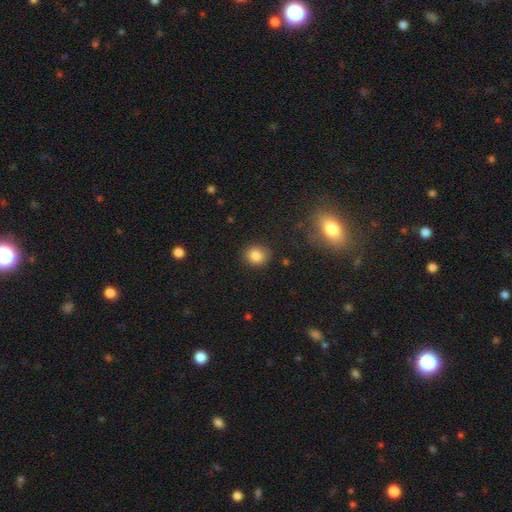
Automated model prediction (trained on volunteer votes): smooth-or-featured: smooth: 84% | star or artifact: 11% | featured or disk: 5%
  how-rounded: round: 76% | in between: 23% | cigar-shaped: 1%
  merging: none: 87% | minor disturbance: 8% | major disturbance: 3% | merger: 2%